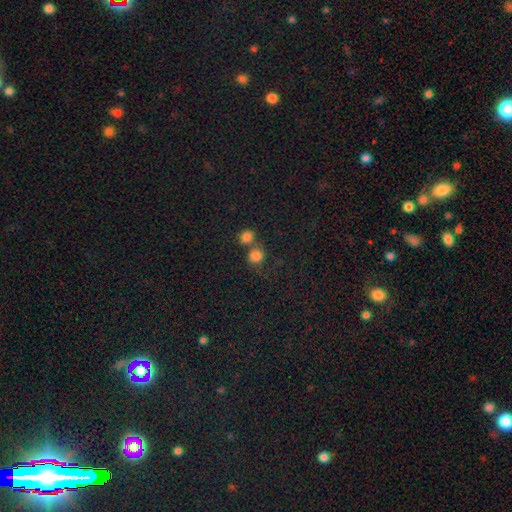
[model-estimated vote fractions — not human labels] Smooth or featured: smooth — 81% (star or artifact — 12%)
How rounded: round — 83% (in between — 16%)
Merging: merger — 44% (none — 43%)